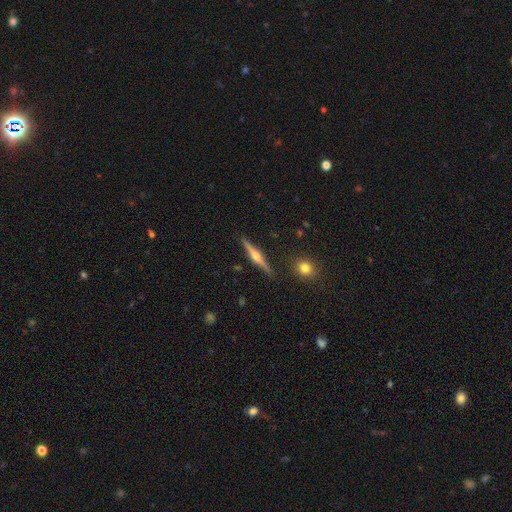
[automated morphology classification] featured or disk 80%, smooth 15%, star or artifact 6%. Down the decision tree: edge-on disk — yes (98%); edge-on bulge — rounded (94%); merging — none (90%).